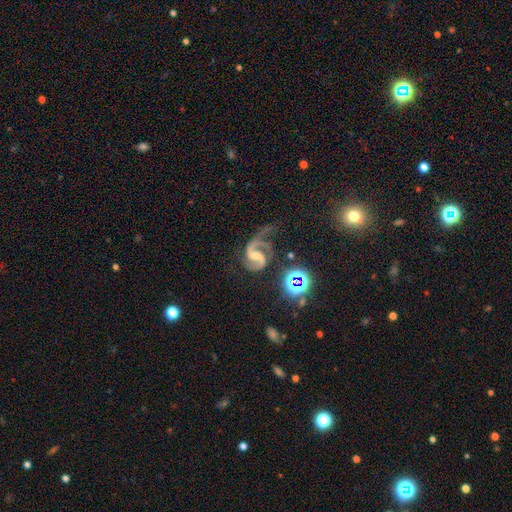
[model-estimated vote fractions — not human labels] Smooth or featured: featured or disk — 90% (star or artifact — 7%)
Edge-on disk: no — 98% (yes — 2%)
Bar: weak — 47% (no — 30%)
Spiral arms: yes — 98% (no — 2%)
Spiral winding: medium — 57% (loose — 29%)
Spiral arm count: 2 — 89% (1 — 6%)
Bulge size: small — 42% (moderate — 40%)
Merging: none — 49% (major disturbance — 24%)